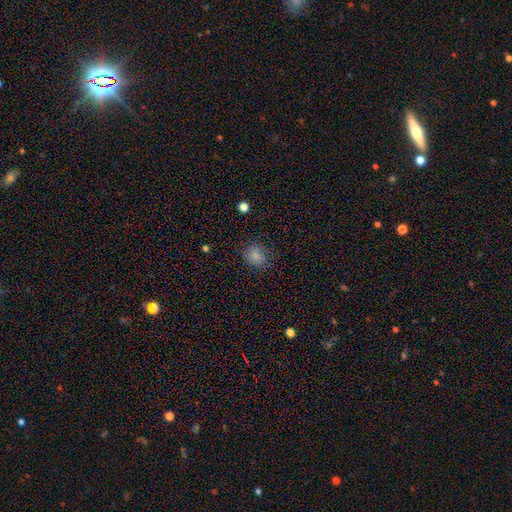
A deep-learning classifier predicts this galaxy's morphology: Smooth or featured: smooth — 81% (star or artifact — 13%)
How rounded: round — 57% (in between — 42%)
Merging: none — 79% (minor disturbance — 15%)